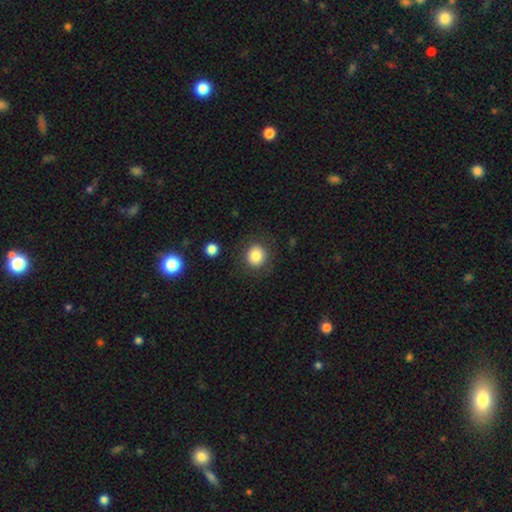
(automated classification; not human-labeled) Smooth or featured? Predicted: smooth (p=0.84). How rounded? Predicted: round (p=0.87). Merging? Predicted: none (p=0.85).